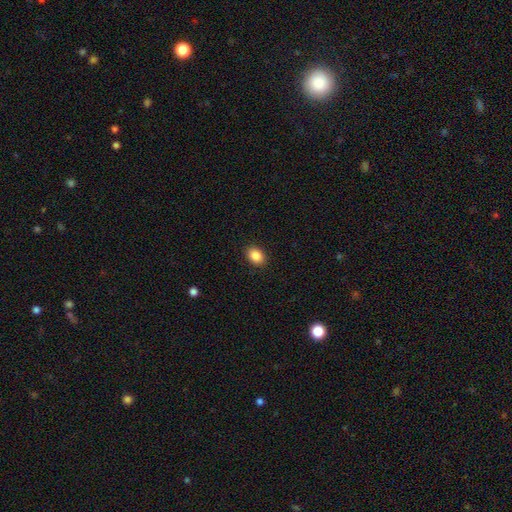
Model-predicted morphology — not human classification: Smooth or featured?
  - smooth: 87% *
  - star or artifact: 9%
  - featured or disk: 4%
How rounded?
  - in between: 71% *
  - round: 28%
  - cigar-shaped: 1%
Merging?
  - none: 90% *
  - minor disturbance: 7%
  - major disturbance: 2%
  - merger: 1%